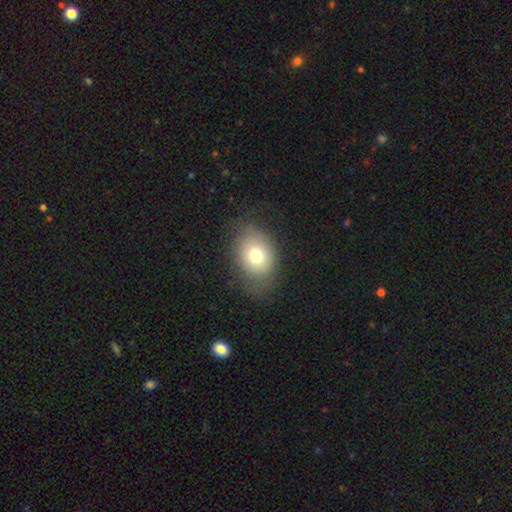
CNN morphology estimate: smooth_or_featured: smooth (p=0.72) [alt: featured or disk p=0.18]
how_rounded: in between (p=0.67) [alt: round p=0.32]
merging: none (p=0.71) [alt: minor disturbance p=0.20]